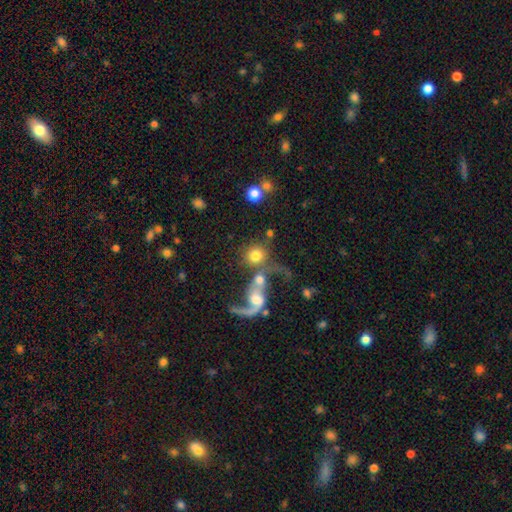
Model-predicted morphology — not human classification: A smooth galaxy with no disk features (69%) that is round (85%).

Vote fractions:
- Smooth or featured? smooth: 69% / featured or disk: 21% / star or artifact: 10%
- How rounded? round: 85% / in between: 14% / cigar-shaped: 2%
- Merging? merger: 45% / none: 36% / major disturbance: 11% / minor disturbance: 8%